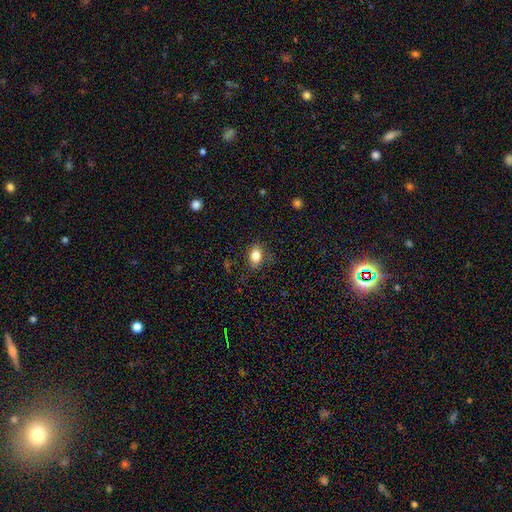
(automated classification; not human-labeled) A smooth galaxy with no disk features (82%) that is in between round and cigar-shaped (81%).

Vote fractions:
- Smooth or featured? smooth: 82% / star or artifact: 9% / featured or disk: 9%
- How rounded? in between: 81% / round: 16% / cigar-shaped: 3%
- Merging? none: 80% / minor disturbance: 15% / major disturbance: 4% / merger: 1%